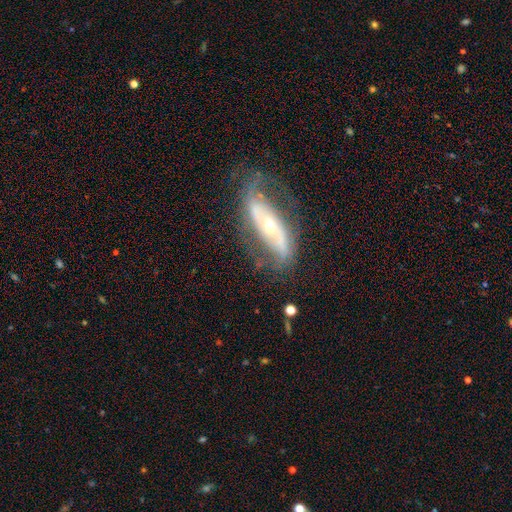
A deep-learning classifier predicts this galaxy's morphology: Overall: featured or disk (77%). Edge-on disk: no (78%). Bar: strong (41%; no 33%). Spiral arms: yes (80%). Bulge size: small (54%; moderate 40%). Merging: none (71%).